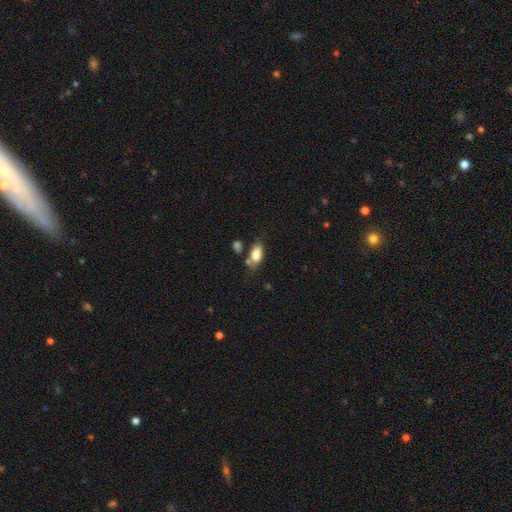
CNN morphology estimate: smooth-or-featured: smooth: 80% | featured or disk: 12% | star or artifact: 9%
  how-rounded: in between: 87% | cigar-shaped: 7% | round: 6%
  merging: none: 55% | minor disturbance: 21% | merger: 16% | major disturbance: 8%